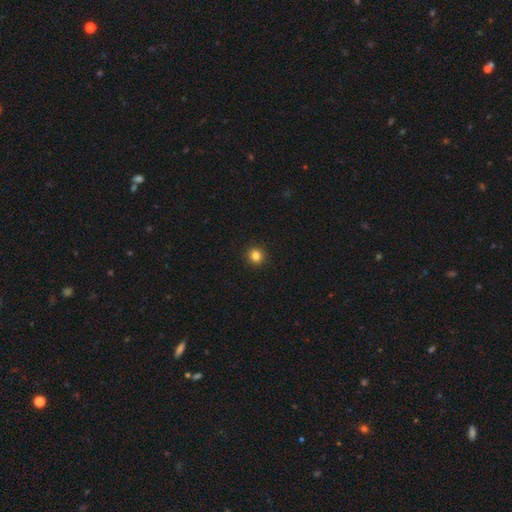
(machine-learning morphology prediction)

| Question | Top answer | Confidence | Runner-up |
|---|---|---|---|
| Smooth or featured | smooth | 84% | star or artifact (12%) |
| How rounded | round | 88% | in between (11%) |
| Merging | none | 92% | minor disturbance (5%) |